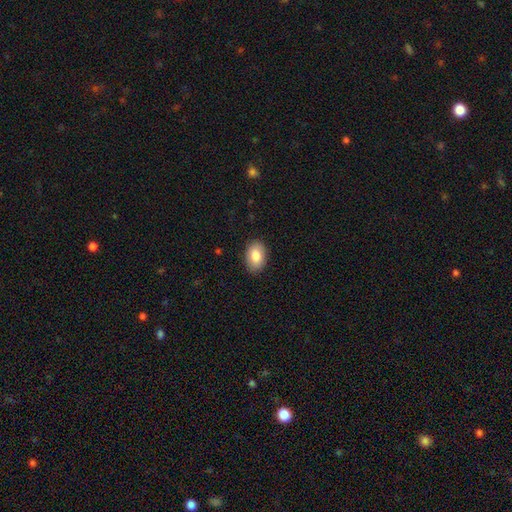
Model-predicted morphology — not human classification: This is clearly a smooth galaxy (84%). How rounded: clearly in between (89%). Merging: clearly none (88%).